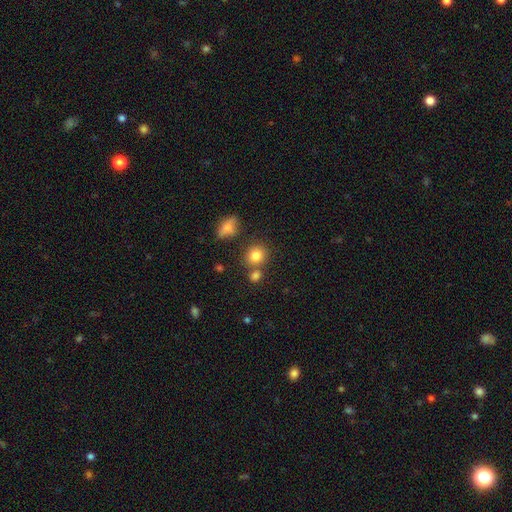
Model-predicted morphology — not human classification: This appears to be a smooth galaxy with no disk features (81%) that is round (78%). Merging: none (68%).